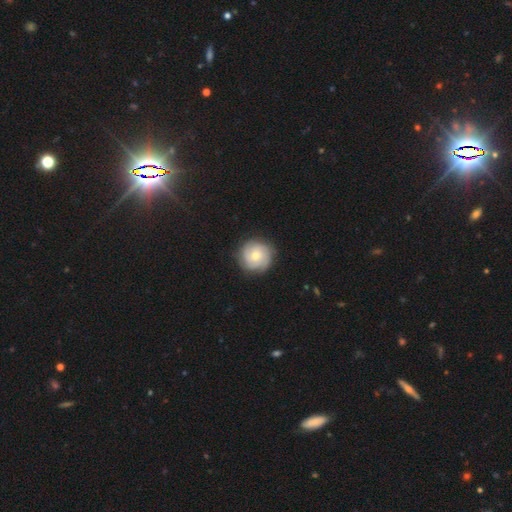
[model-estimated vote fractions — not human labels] Q: Smooth or featured?
A: featured or disk (51%); runner-up: smooth (41%)
Q: Edge-on disk?
A: no (97%); runner-up: yes (3%)
Q: Merging?
A: none (84%); runner-up: minor disturbance (11%)